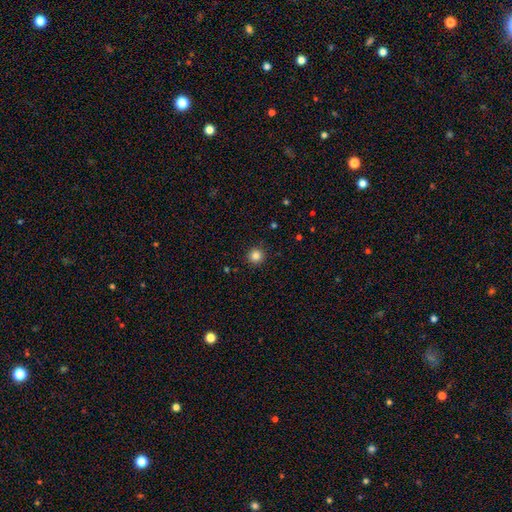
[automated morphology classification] type=smooth (84%); roundness=round (95%); merging=none (92%).